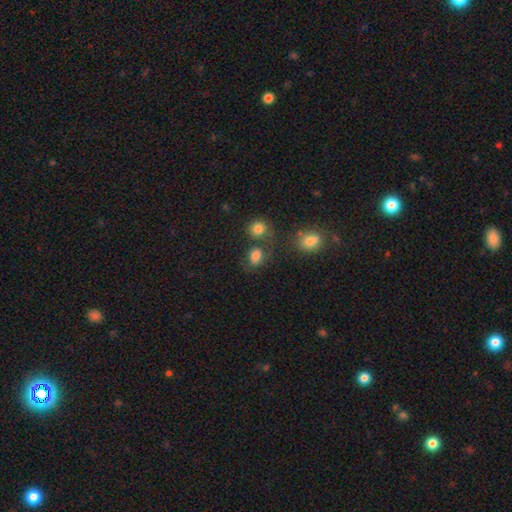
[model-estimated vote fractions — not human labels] A smooth galaxy with no disk features (78%) that is in between round and cigar-shaped (62%).

Vote fractions:
- Smooth or featured? smooth: 78% / star or artifact: 13% / featured or disk: 9%
- How rounded? in between: 62% / round: 37% / cigar-shaped: 1%
- Merging? none: 55% / merger: 20% / minor disturbance: 16% / major disturbance: 9%